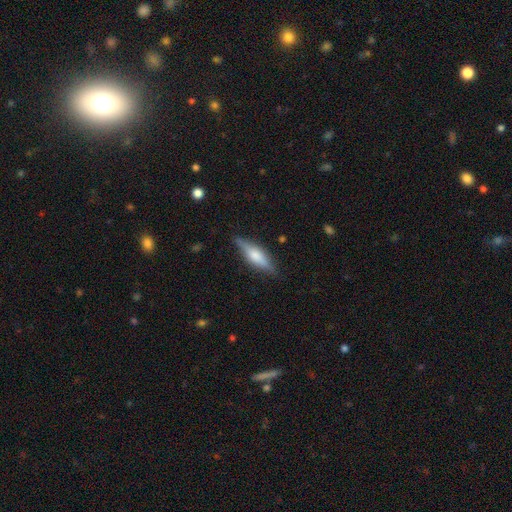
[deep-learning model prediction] Smooth or featured? Predicted: featured or disk (p=0.49). Merging? Predicted: none (p=0.83).